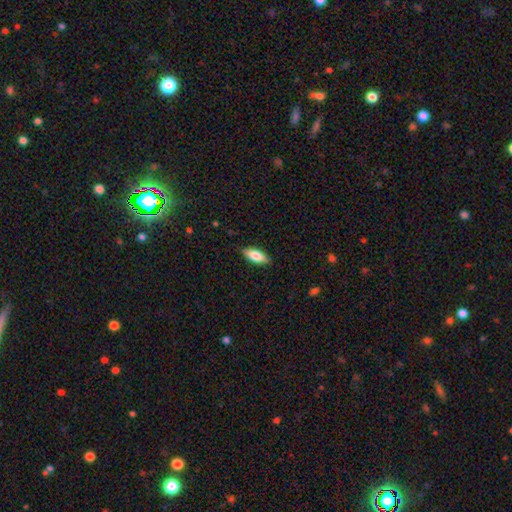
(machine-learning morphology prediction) smooth 81%, featured or disk 13%, star or artifact 6%. Down the decision tree: how rounded — in between (79%); merging — none (85%).